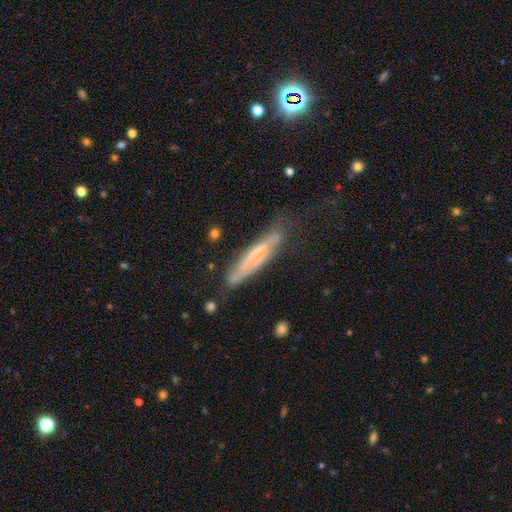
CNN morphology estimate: type=featured or disk (53%); edge-on=yes (61%); merging=none (56%).